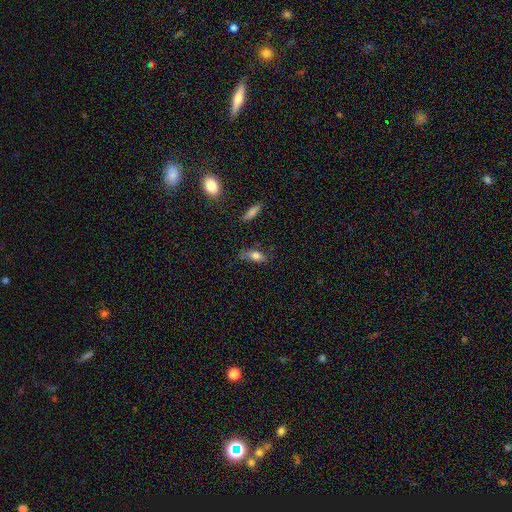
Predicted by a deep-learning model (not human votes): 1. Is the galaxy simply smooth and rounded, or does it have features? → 77% smooth, 15% featured or disk, 9% star or artifact.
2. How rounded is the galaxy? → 77% in between, 18% cigar-shaped, 6% round.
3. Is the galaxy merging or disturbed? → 51% none, 32% minor disturbance, 13% major disturbance, 4% merger.